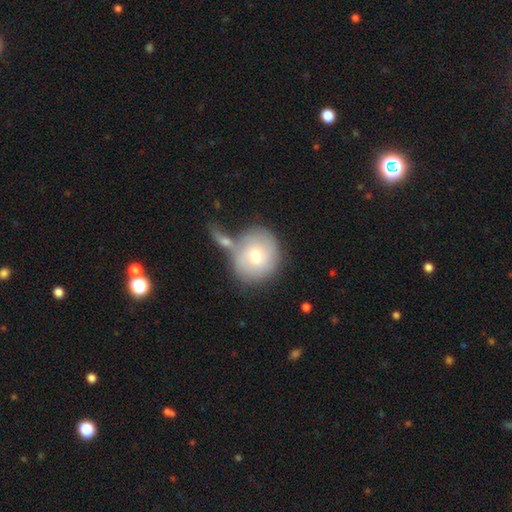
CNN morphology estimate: A smooth galaxy with no disk features (66%) that is round (88%).

Vote fractions:
- Smooth or featured? smooth: 66% / featured or disk: 26% / star or artifact: 8%
- How rounded? round: 88% / in between: 11% / cigar-shaped: 1%
- Merging? none: 51% / merger: 28% / minor disturbance: 14% / major disturbance: 7%